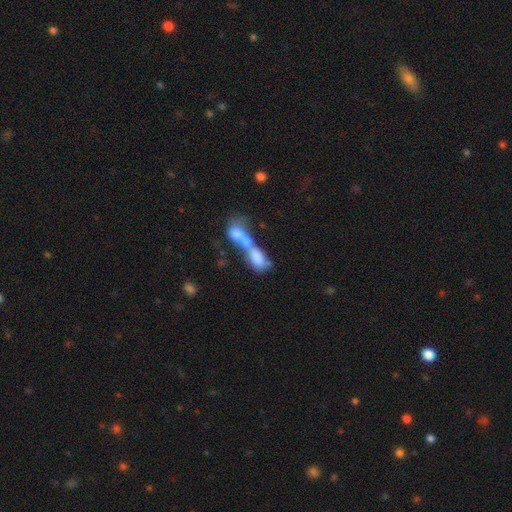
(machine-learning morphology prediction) Smooth or featured: smooth — 58% (featured or disk — 31%)
How rounded: in between — 72% (cigar-shaped — 17%)
Merging: merger — 78% (none — 10%)